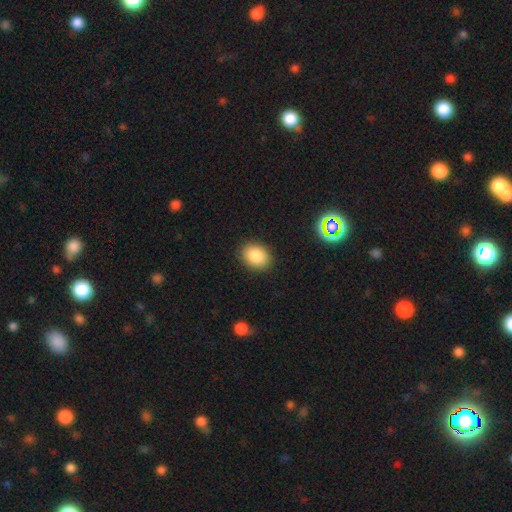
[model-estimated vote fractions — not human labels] This appears to be a smooth galaxy with no disk features (86%) that is in between round and cigar-shaped (57%). Merging: none (88%).